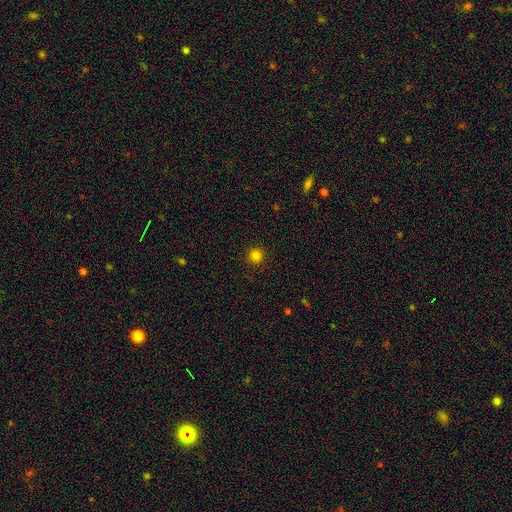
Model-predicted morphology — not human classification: Smooth or featured?
  - smooth: 82% *
  - star or artifact: 14%
  - featured or disk: 4%
How rounded?
  - round: 95% *
  - in between: 4%
  - cigar-shaped: 1%
Merging?
  - none: 93% *
  - minor disturbance: 5%
  - major disturbance: 2%
  - merger: 1%